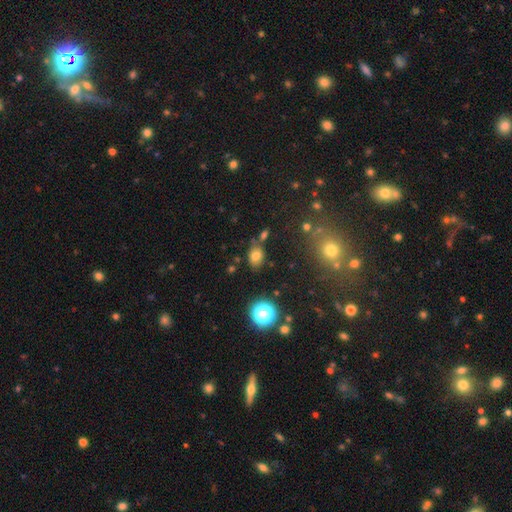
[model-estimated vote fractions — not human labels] Morphology: type=smooth (73%); roundness=in between (70%); merging=none (72%).